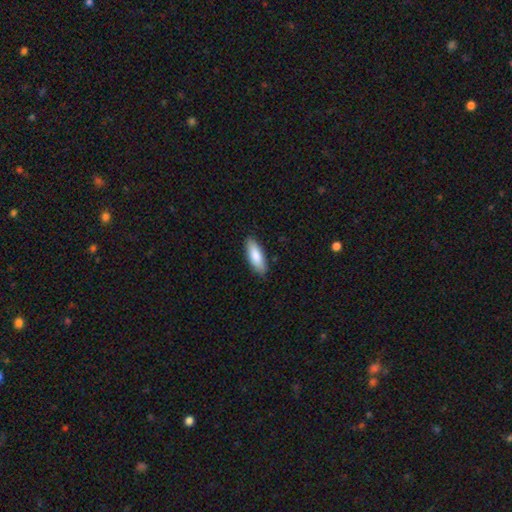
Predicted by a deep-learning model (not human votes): Smooth or featured? smooth (85%)
How rounded? in between (66%)
Merging? none (85%)